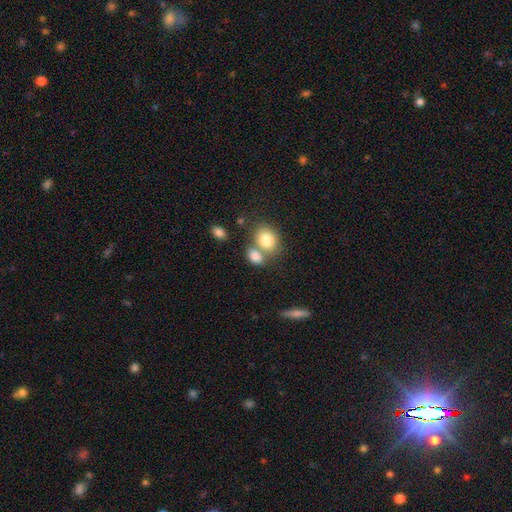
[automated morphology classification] Overall: smooth (81%). How rounded: in between (66%; round 33%). Merging: merger (46%; none 40%).